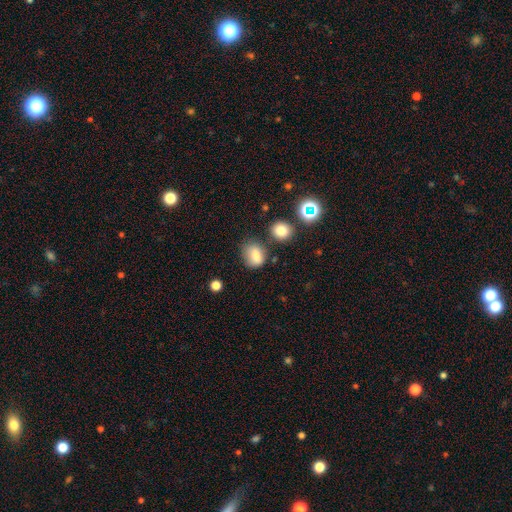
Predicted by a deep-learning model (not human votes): This appears to be a smooth galaxy with no disk features (77%) that is in between round and cigar-shaped (53%). Merging: none (61%).